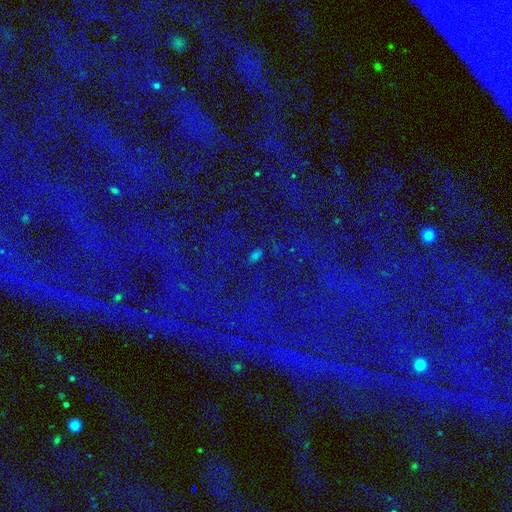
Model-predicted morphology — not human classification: Smooth or featured: star or artifact — 74% (smooth — 16%)